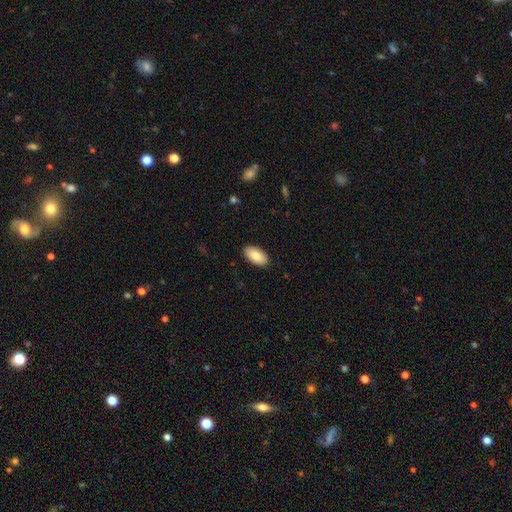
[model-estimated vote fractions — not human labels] smooth-or-featured: smooth: 83% | featured or disk: 11% | star or artifact: 6%
  how-rounded: in between: 95% | round: 3% | cigar-shaped: 2%
  merging: none: 90% | minor disturbance: 8% | major disturbance: 2% | merger: 1%